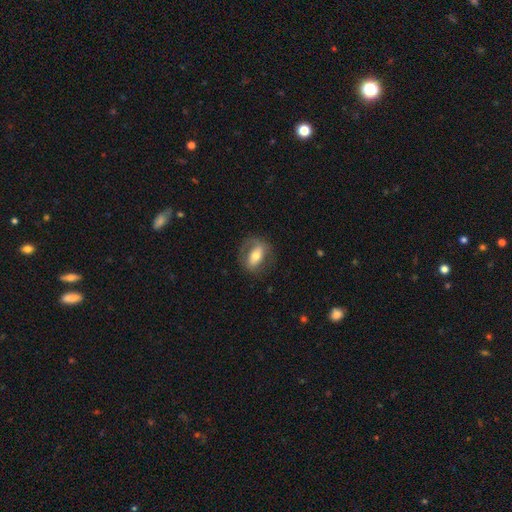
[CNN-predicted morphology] smooth_or_featured: featured or disk (p=0.49) [alt: smooth p=0.44]
merging: none (p=0.71) [alt: minor disturbance p=0.17]